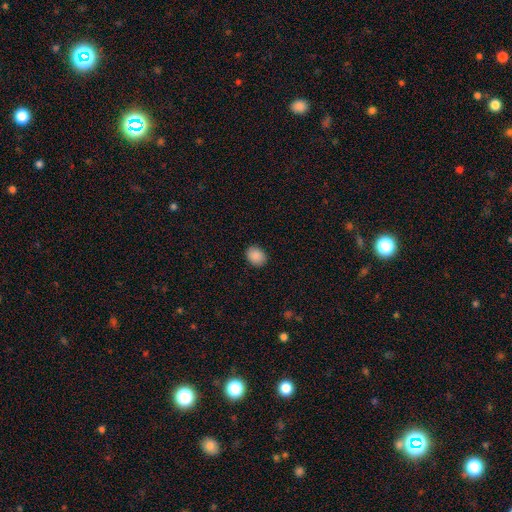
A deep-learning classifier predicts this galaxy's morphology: smooth 89%, star or artifact 8%, featured or disk 3%. Down the decision tree: how rounded — in between (53%); merging — none (89%).